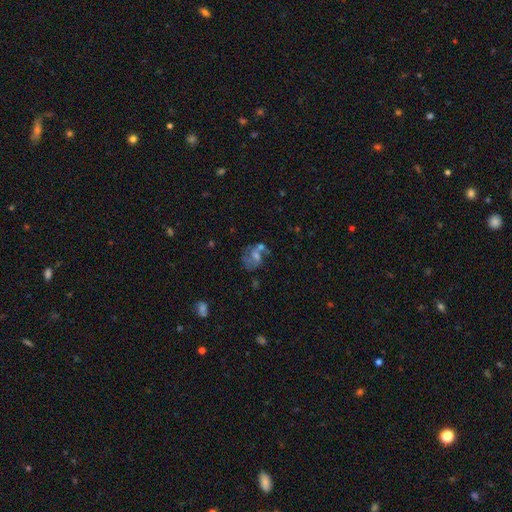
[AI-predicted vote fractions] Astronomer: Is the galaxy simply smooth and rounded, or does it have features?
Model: featured or disk — 57%.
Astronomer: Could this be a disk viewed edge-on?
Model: no — 97%.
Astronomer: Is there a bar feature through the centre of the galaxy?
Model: no — 59%.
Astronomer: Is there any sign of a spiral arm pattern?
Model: yes — 66%.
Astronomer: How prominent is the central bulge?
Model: moderate — 41% (runner-up: small, 36%).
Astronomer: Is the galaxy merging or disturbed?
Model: none — 39% (runner-up: merger, 26%).